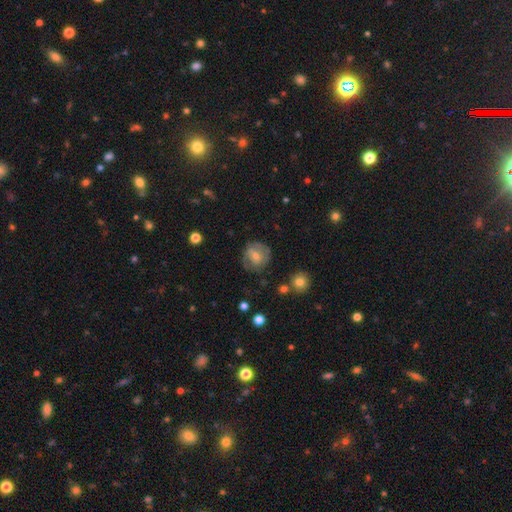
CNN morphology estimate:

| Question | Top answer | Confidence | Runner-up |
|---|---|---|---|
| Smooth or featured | featured or disk | 48% | smooth (44%) |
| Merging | none | 71% | minor disturbance (18%) |